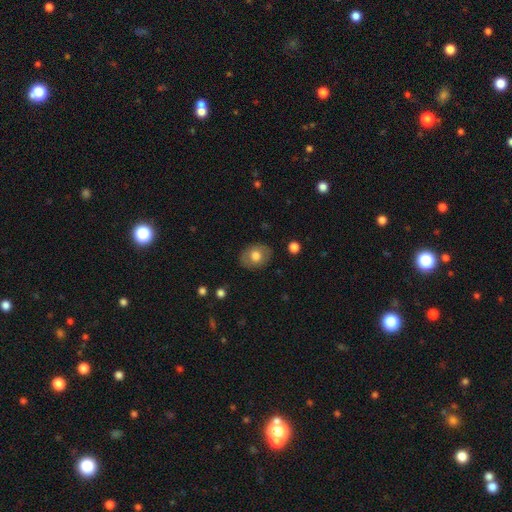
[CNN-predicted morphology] type=smooth (72%); roundness=in between (62%); merging=none (86%).